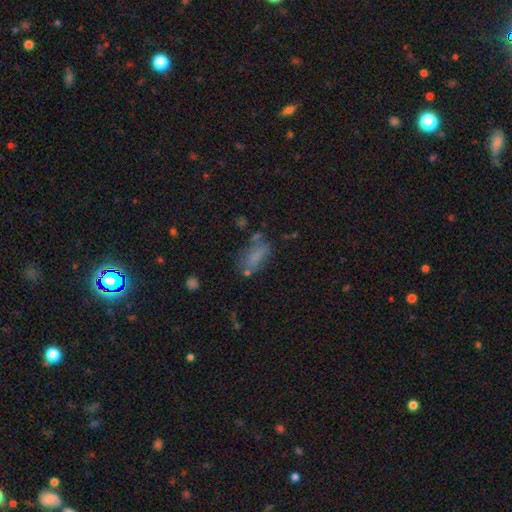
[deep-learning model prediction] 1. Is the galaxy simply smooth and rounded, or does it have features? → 72% smooth, 15% featured or disk, 13% star or artifact.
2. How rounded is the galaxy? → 82% in between, 13% cigar-shaped, 5% round.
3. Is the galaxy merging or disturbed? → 54% none, 21% minor disturbance, 13% major disturbance, 12% merger.